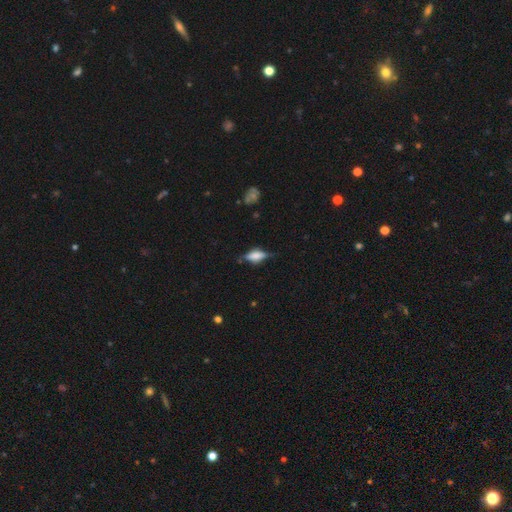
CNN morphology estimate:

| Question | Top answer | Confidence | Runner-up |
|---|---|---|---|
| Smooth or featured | featured or disk | 52% | smooth (40%) |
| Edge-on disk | yes | 91% | no (9%) |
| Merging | none | 67% | minor disturbance (23%) |